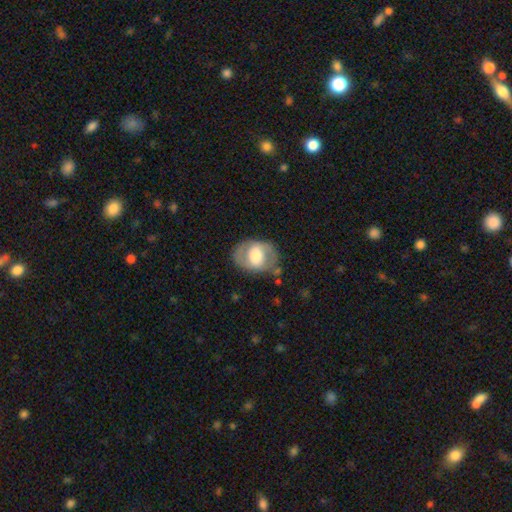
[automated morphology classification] A featured or disk galaxy (50%).

Vote fractions:
- Smooth or featured? featured or disk: 50% / smooth: 43% / star or artifact: 7%
- Merging? none: 71% / minor disturbance: 19% / major disturbance: 8% / merger: 2%